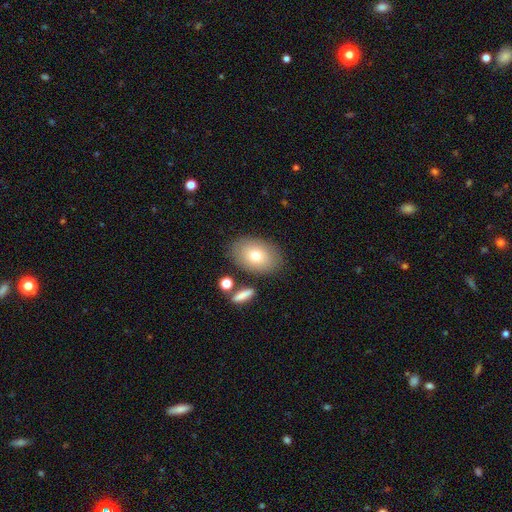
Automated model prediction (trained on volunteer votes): Smooth or featured: smooth — 74% (featured or disk — 18%)
How rounded: in between — 85% (round — 13%)
Merging: none — 81% (minor disturbance — 11%)